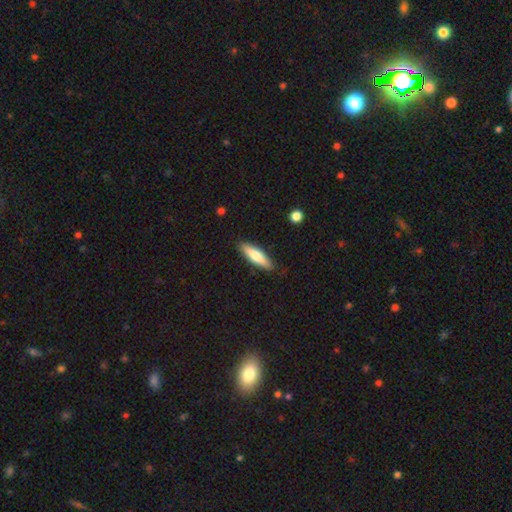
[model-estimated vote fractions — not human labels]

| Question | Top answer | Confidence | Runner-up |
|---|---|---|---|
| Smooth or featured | smooth | 70% | featured or disk (25%) |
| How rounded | cigar-shaped | 63% | in between (36%) |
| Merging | none | 87% | minor disturbance (10%) |